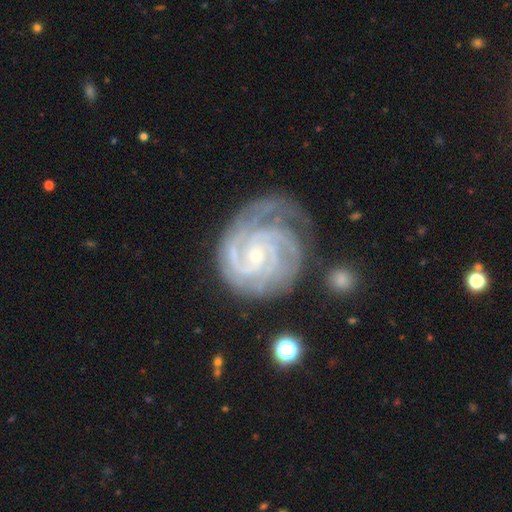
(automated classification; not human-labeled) Smooth or featured? Predicted: featured or disk (p=0.92). Edge-on disk? Predicted: no (p=0.98). Bar? Predicted: no (p=0.66). Spiral arms? Predicted: yes (p=0.99). Spiral winding? Predicted: tight (p=0.76). Spiral arm count? Predicted: 3 (p=0.36). Bulge size? Predicted: small (p=0.80). Merging? Predicted: none (p=0.64).